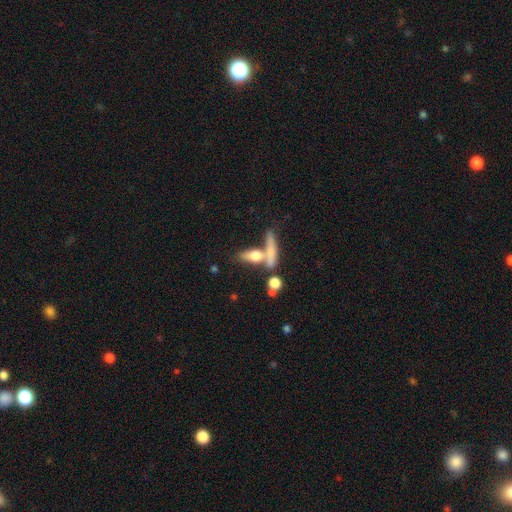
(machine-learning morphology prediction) Smooth or featured? Predicted: smooth (p=0.63). How rounded? Predicted: cigar-shaped (p=0.48). Merging? Predicted: merger (p=0.42).